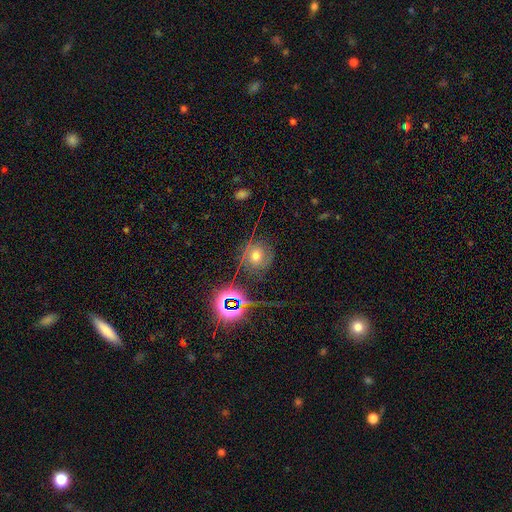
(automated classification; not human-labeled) This is marginally a featured or disk galaxy (42%). Merging: likely none (66%).